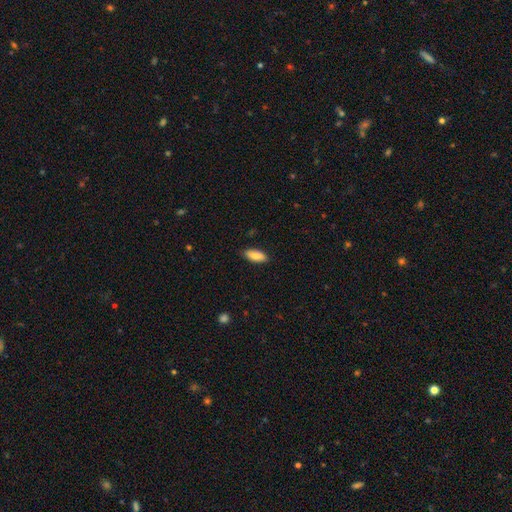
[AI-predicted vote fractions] The model was most divided on "smooth or featured": smooth: 81%, featured or disk: 13%, star or artifact: 6%. More confident: merging — none (88%); how rounded — in between (83%).